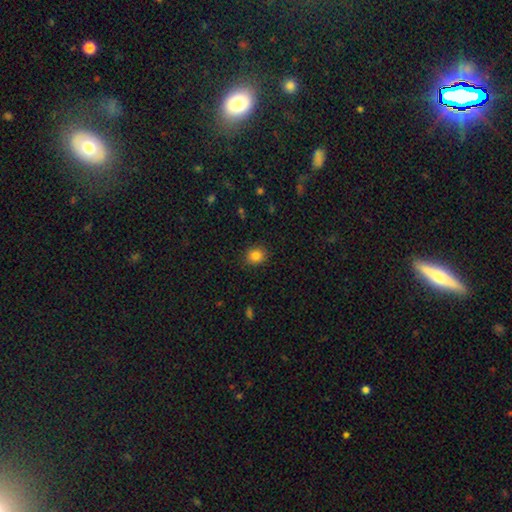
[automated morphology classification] Q: Smooth or featured?
A: smooth (84%); runner-up: star or artifact (11%)
Q: How rounded?
A: round (73%); runner-up: in between (26%)
Q: Merging?
A: none (89%); runner-up: minor disturbance (8%)